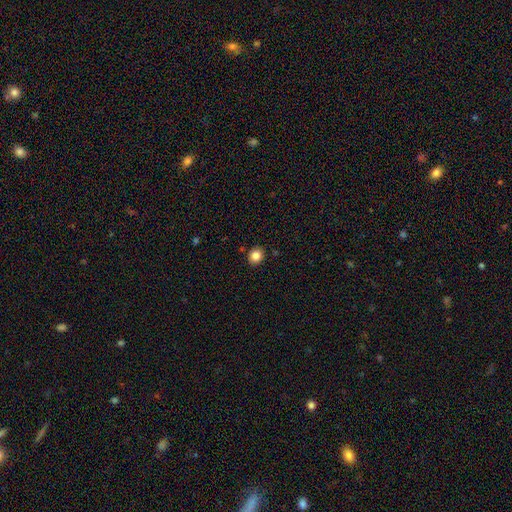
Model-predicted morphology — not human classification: A smooth galaxy with no disk features (85%) that is round (73%). Merging: none (89%).